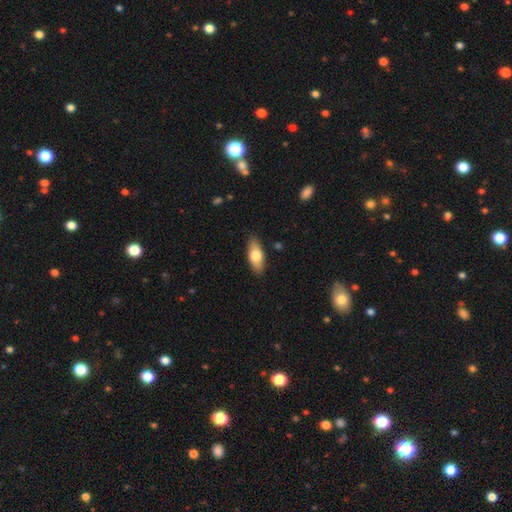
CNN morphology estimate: Smooth or featured: smooth — 71% (featured or disk — 23%)
How rounded: in between — 80% (cigar-shaped — 18%)
Merging: none — 87% (minor disturbance — 10%)